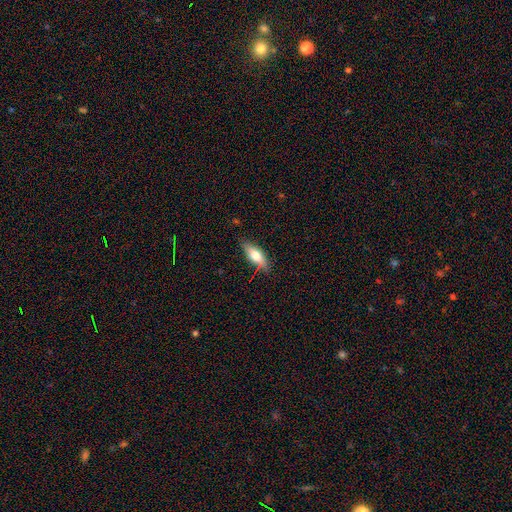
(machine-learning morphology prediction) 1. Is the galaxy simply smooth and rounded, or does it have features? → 67% smooth, 26% featured or disk, 7% star or artifact.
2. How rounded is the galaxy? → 66% in between, 32% cigar-shaped, 3% round.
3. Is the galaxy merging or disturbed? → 78% none, 17% minor disturbance, 3% major disturbance, 2% merger.